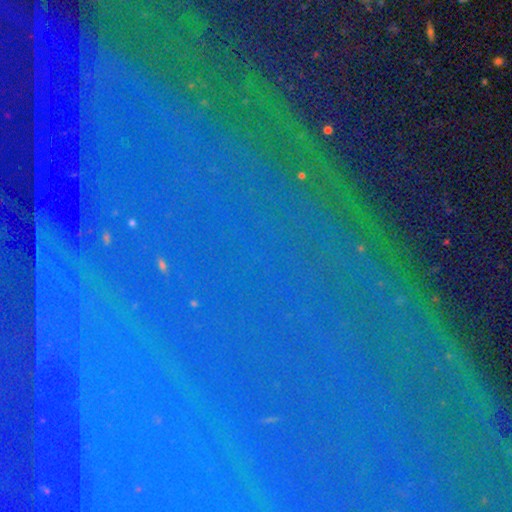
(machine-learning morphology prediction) Smooth or featured? Predicted: star or artifact (p=0.85).